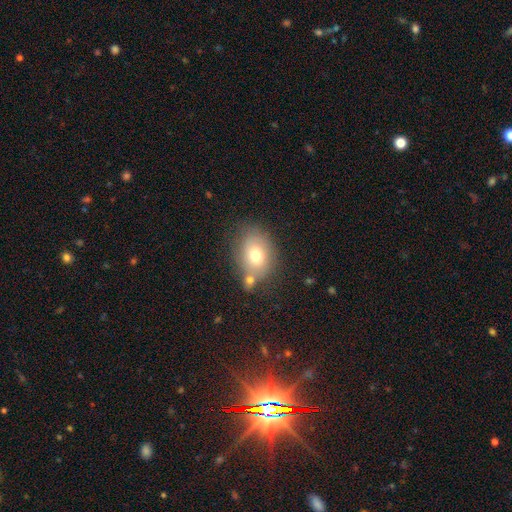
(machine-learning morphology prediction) smooth 72%, featured or disk 17%, star or artifact 10%. Down the decision tree: how rounded — in between (64%); merging — none (62%).